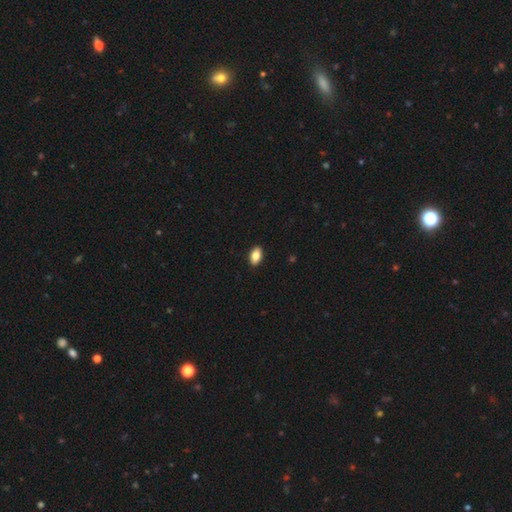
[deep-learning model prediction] This is clearly a smooth galaxy (84%). How rounded: clearly in between (92%). Merging: clearly none (91%).